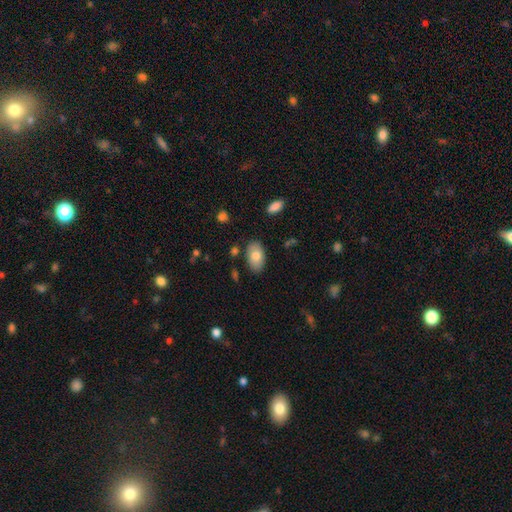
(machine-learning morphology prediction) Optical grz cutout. It shows a smooth galaxy with no disk features (79%) that is in between round and cigar-shaped (94%). Merging: none (81%).